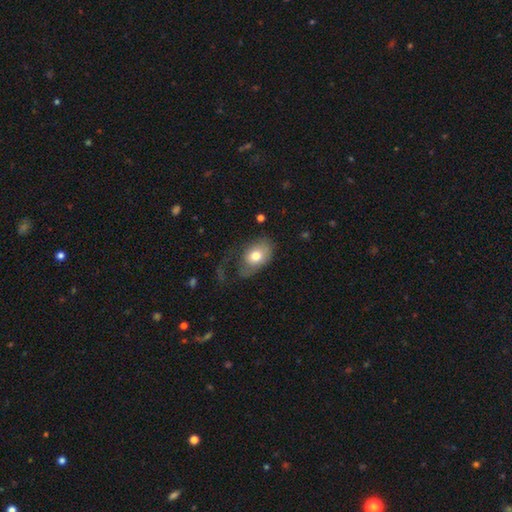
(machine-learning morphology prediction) type=smooth (71%); roundness=in between (82%); merging=none (38%).